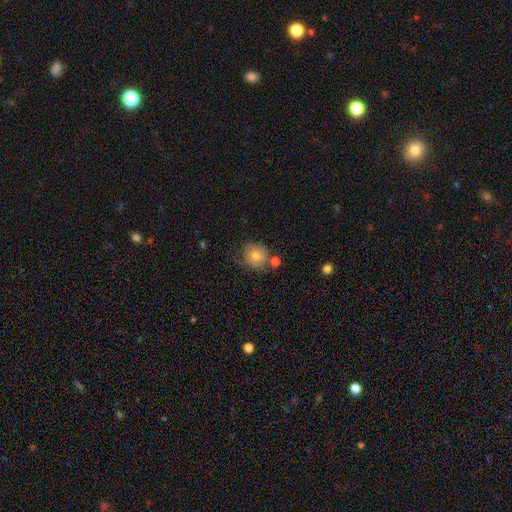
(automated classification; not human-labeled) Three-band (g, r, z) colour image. It shows a smooth galaxy with no disk features (76%) that is round (87%). Merging: none (62%).